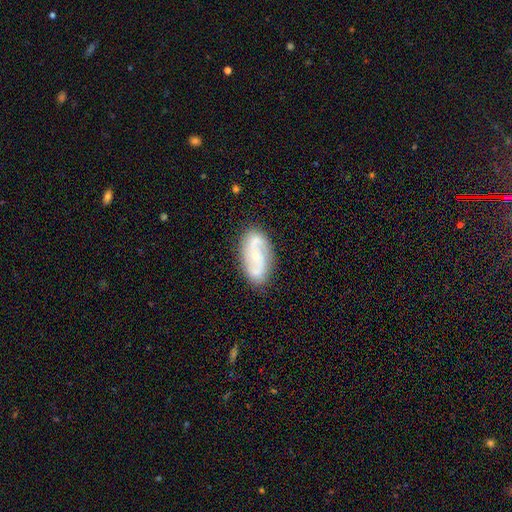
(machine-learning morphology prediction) The model was most divided on "bulge size": small: 58%, moderate: 38%, large: 2%, none: 2%, dominant: 1%. Remaining: edge-on disk — no (96%); spiral arms — yes (91%); spiral arm count — 2 (86%); merging — none (82%); smooth or featured — featured or disk (78%); bar — no (58%); spiral winding — medium (47%).